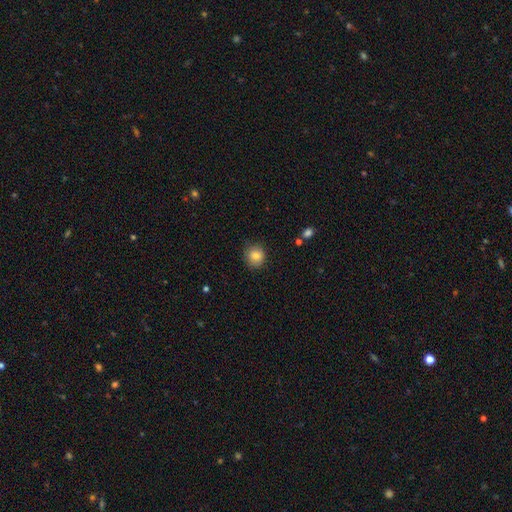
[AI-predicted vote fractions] The model was most divided on "merging": none: 81%, minor disturbance: 14%, major disturbance: 3%, merger: 1%. More confident: how rounded — round (84%); smooth or featured — smooth (82%).